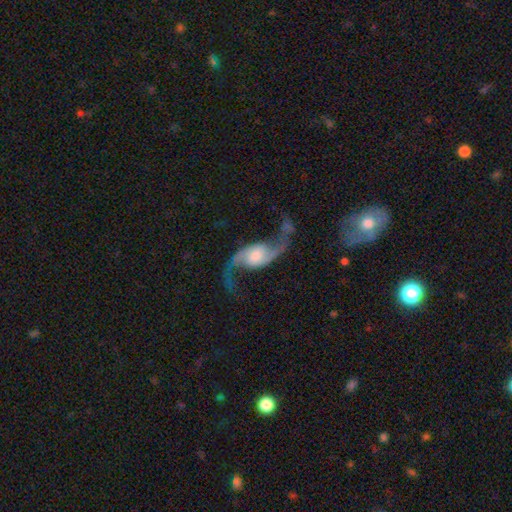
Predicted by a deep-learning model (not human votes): Smooth or featured?
  - featured or disk: 90% *
  - smooth: 5%
  - star or artifact: 5%
Edge-on disk?
  - no: 96% *
  - yes: 4%
Bar?
  - no: 50% *
  - weak: 36%
  - strong: 14%
Spiral arms?
  - yes: 97% *
  - no: 3%
Spiral winding?
  - loose: 83% *
  - medium: 14%
  - tight: 3%
Spiral arm count?
  - 2: 94% *
  - 1: 2%
  - can't tell: 1%
  - 3: 1%
  - 4: 1%
  - more than 4: 1%
Bulge size?
  - moderate: 49% *
  - small: 27%
  - large: 16%
  - none: 5%
  - dominant: 3%
Merging?
  - none: 71% *
  - minor disturbance: 14%
  - major disturbance: 12%
  - merger: 3%